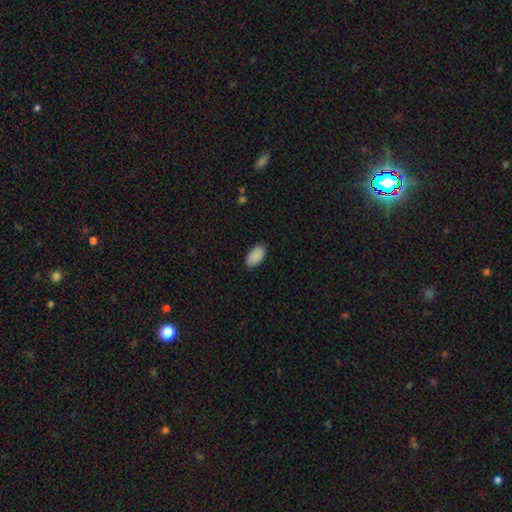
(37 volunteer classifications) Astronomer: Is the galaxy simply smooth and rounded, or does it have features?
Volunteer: smooth — 95%.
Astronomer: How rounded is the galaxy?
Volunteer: in between — 97%.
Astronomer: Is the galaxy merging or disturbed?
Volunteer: none — 95%.